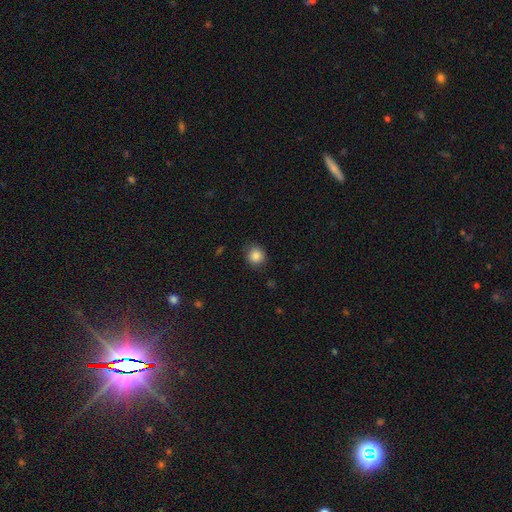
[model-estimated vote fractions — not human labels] This appears to be a smooth galaxy with no disk features (85%) that is round (87%). Merging: none (84%).